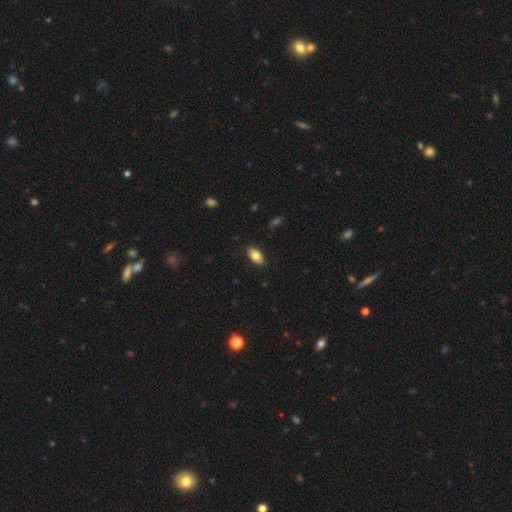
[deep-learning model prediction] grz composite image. It shows a smooth galaxy with no disk features (79%) that is in between round and cigar-shaped (92%). Merging: none (86%).